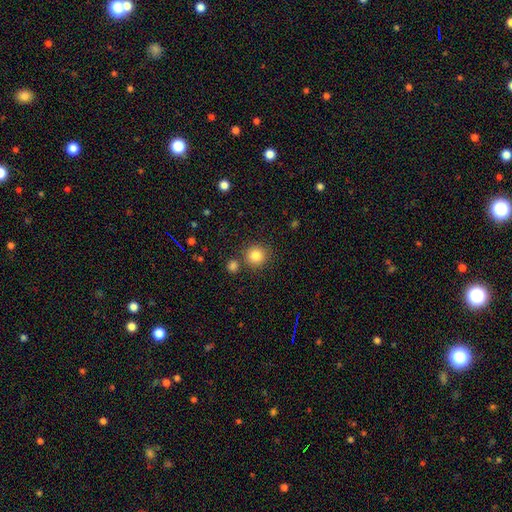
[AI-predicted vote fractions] smooth 84%, star or artifact 11%, featured or disk 5%. Down the decision tree: how rounded — round (92%); merging — none (80%).